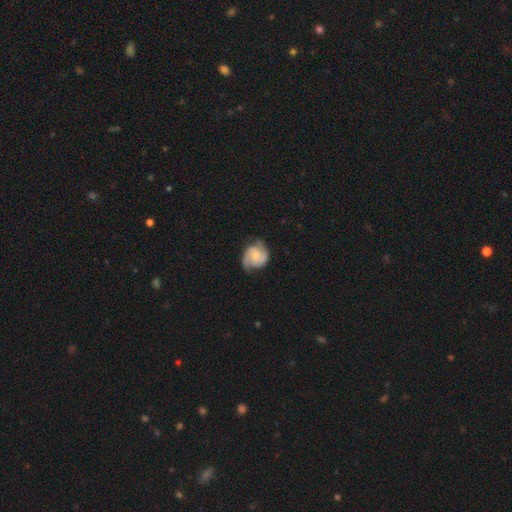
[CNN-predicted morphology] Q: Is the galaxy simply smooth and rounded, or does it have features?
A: featured or disk — 78%.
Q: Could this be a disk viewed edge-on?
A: no — 98%.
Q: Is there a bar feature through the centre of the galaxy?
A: no — 60%.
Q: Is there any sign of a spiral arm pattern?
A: yes — 96%.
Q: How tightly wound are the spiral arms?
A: medium — 48%.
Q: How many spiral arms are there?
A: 2 — 83%.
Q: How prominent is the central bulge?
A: small — 51%.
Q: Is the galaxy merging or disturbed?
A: none — 71%.